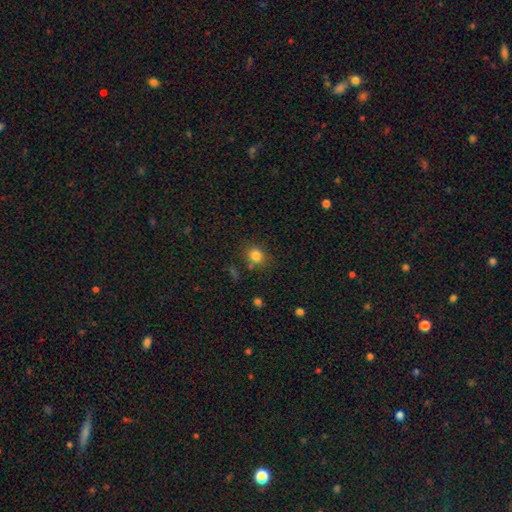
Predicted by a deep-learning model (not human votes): Smooth or featured? Predicted: smooth (p=0.82). How rounded? Predicted: round (p=0.76). Merging? Predicted: none (p=0.74).